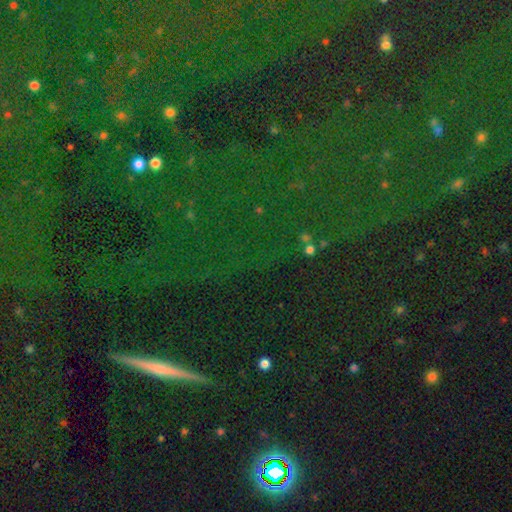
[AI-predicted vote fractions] A star or artifact, not a galaxy (69%).

Vote fractions:
- Smooth or featured? star or artifact: 69% / featured or disk: 15% / smooth: 15%